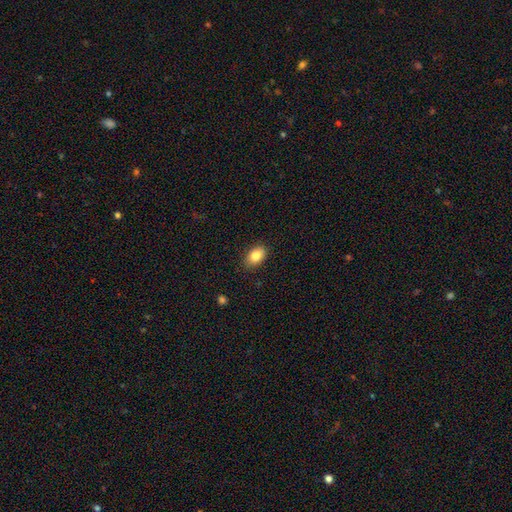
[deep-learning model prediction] Smooth or featured?
  - smooth: 84% *
  - star or artifact: 8%
  - featured or disk: 8%
How rounded?
  - in between: 87% *
  - round: 12%
  - cigar-shaped: 1%
Merging?
  - none: 86% *
  - minor disturbance: 10%
  - major disturbance: 2%
  - merger: 1%